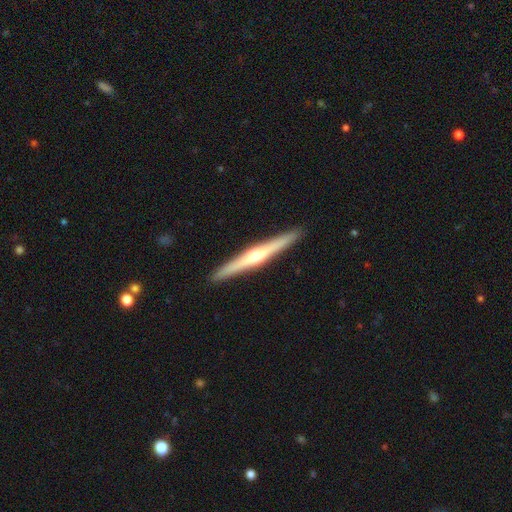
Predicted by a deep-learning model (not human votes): This is likely a featured or disk galaxy (74%). It is clearly viewed edge-on (98%). Edge-on bulge: clearly rounded (87%). Merging: clearly none (92%).